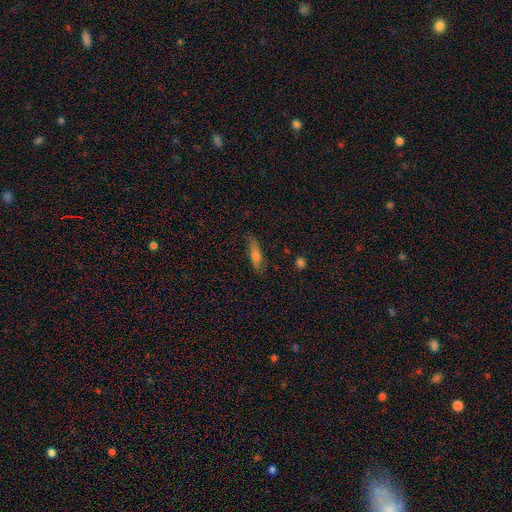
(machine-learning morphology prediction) Smooth or featured: smooth — 62% (featured or disk — 30%)
How rounded: cigar-shaped — 64% (in between — 33%)
Merging: none — 75% (minor disturbance — 19%)